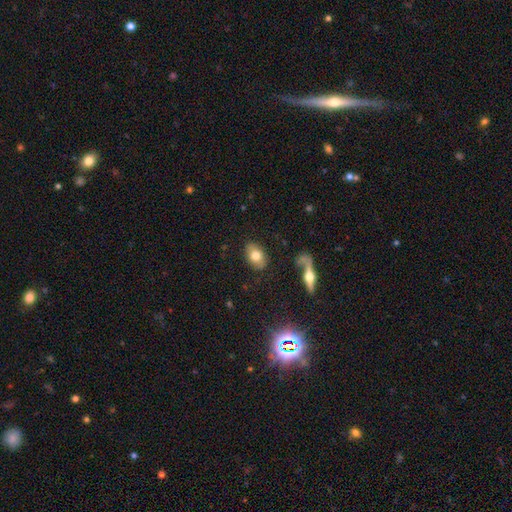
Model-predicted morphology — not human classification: Smooth or featured: smooth — 72% (featured or disk — 21%)
How rounded: in between — 84% (round — 14%)
Merging: none — 85% (minor disturbance — 10%)